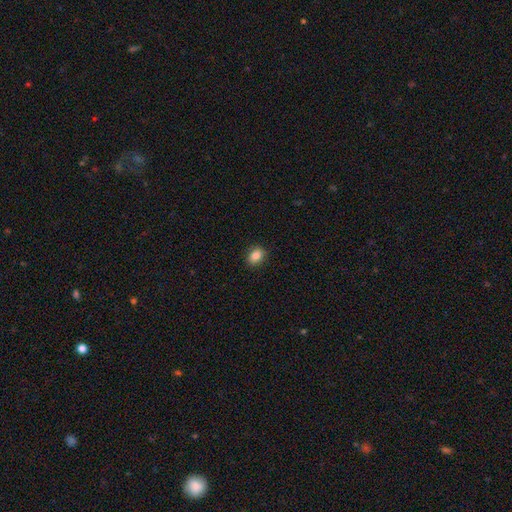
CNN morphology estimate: Smooth or featured: smooth — 87% (star or artifact — 9%)
How rounded: in between — 67% (round — 31%)
Merging: none — 90% (minor disturbance — 8%)